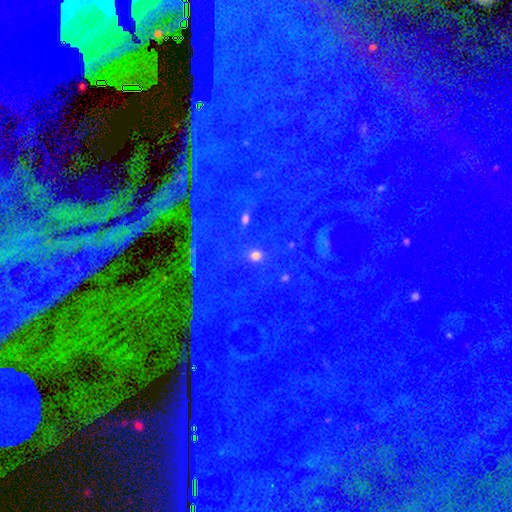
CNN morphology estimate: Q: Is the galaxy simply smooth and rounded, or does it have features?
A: star or artifact — 75%.